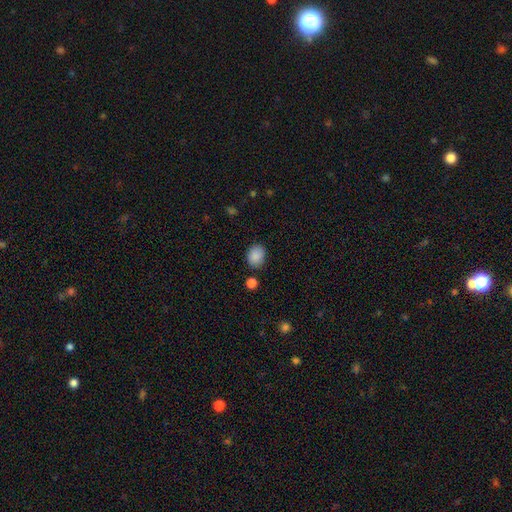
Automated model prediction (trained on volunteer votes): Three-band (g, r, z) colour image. It shows a smooth galaxy with no disk features (88%) that is in between round and cigar-shaped (54%). Merging: none (80%).